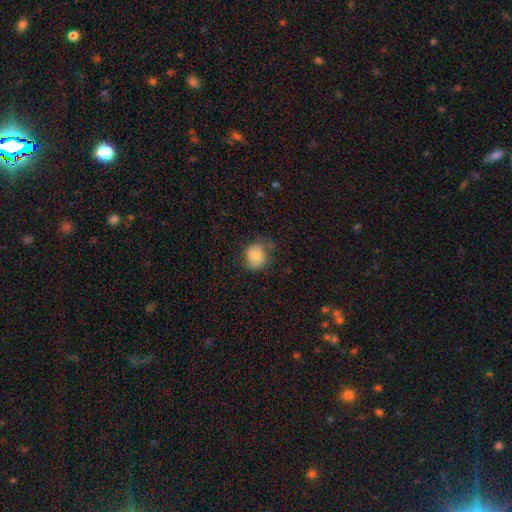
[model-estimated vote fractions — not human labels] This is likely a smooth galaxy (75%). How rounded: likely round (70%). Merging: possibly none (59%).